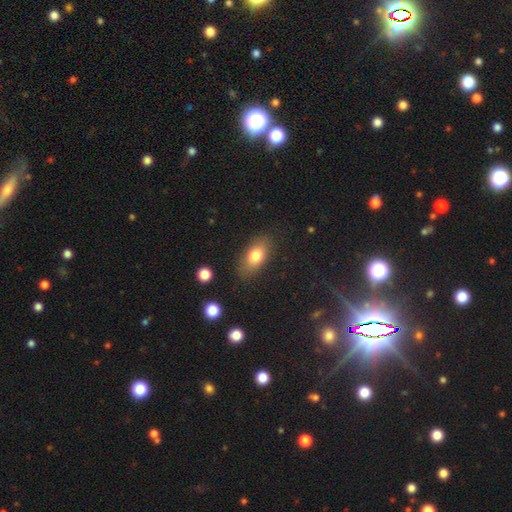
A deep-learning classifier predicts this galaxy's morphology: Smooth or featured?
  - smooth: 77% *
  - featured or disk: 14%
  - star or artifact: 9%
How rounded?
  - in between: 85% *
  - round: 9%
  - cigar-shaped: 6%
Merging?
  - none: 81% *
  - minor disturbance: 13%
  - major disturbance: 4%
  - merger: 2%